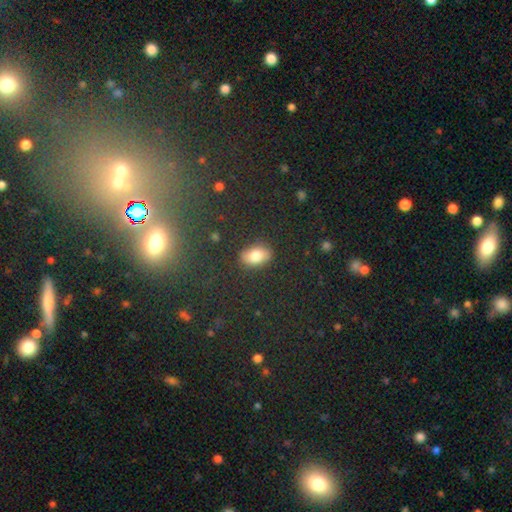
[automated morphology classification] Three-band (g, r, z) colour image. It shows a smooth galaxy with no disk features (78%) that is in between round and cigar-shaped (85%). Merging: none (84%).